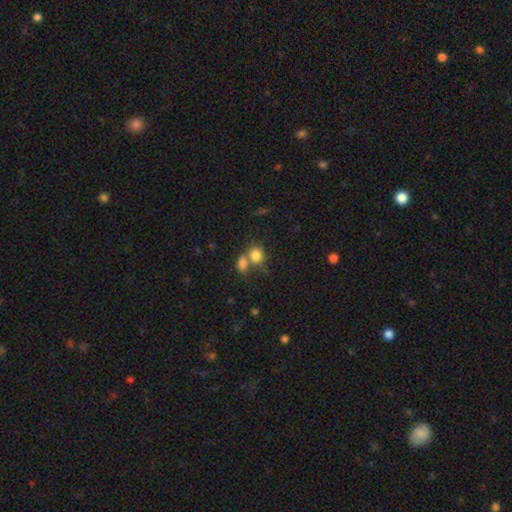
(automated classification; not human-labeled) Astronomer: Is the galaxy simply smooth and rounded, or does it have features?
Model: smooth — 82%.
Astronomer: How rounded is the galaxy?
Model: round — 63%.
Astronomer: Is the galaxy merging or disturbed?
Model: merger — 48% (runner-up: none, 38%).